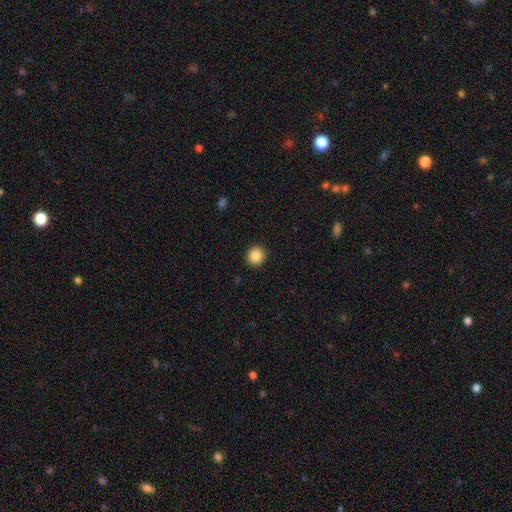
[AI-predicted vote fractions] smooth 87%, star or artifact 10%, featured or disk 4%. Down the decision tree: how rounded — round (94%); merging — none (93%).